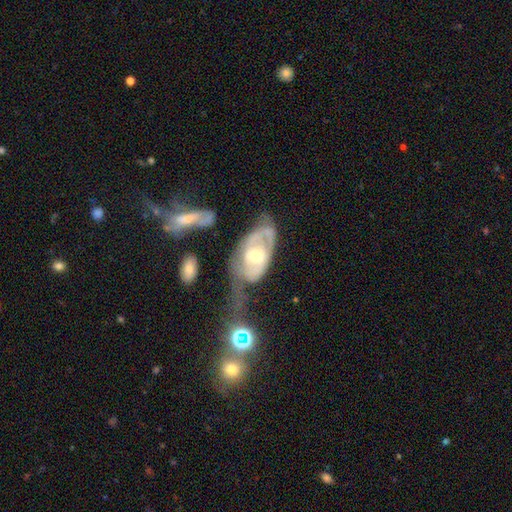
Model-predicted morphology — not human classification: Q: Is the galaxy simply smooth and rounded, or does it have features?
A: featured or disk — 72%.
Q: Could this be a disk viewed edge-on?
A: no — 93%.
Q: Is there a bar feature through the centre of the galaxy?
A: no — 66%.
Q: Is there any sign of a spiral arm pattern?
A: yes — 67%.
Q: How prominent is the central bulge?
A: moderate — 60%.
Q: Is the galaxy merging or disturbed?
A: major disturbance — 38%.